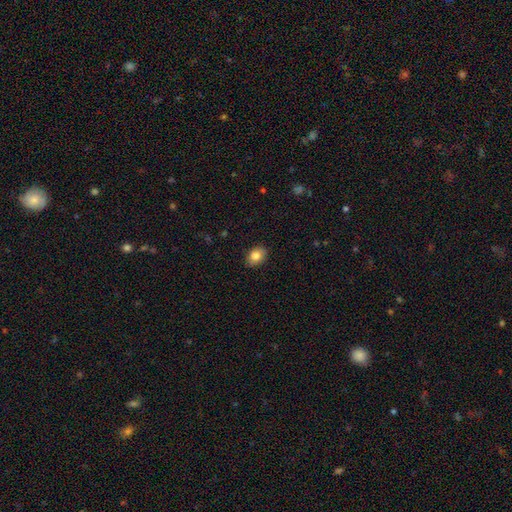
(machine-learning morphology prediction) Smooth or featured? smooth (84%)
How rounded? in between (73%)
Merging? none (88%)